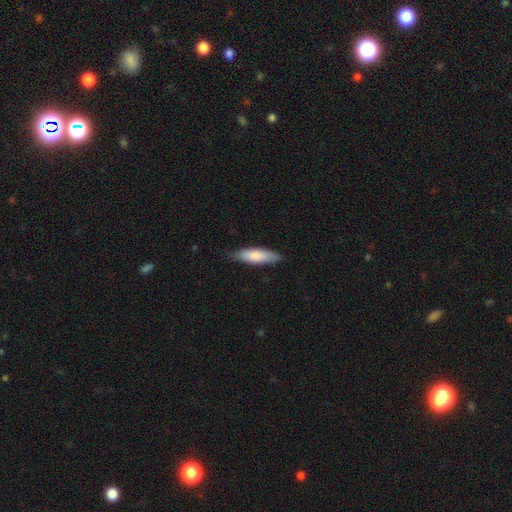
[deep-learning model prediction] A smooth galaxy with no disk features (78%) that is cigar-shaped (55%).

Vote fractions:
- Smooth or featured? smooth: 78% / featured or disk: 17% / star or artifact: 5%
- How rounded? cigar-shaped: 55% / in between: 43% / round: 2%
- Merging? none: 76% / minor disturbance: 20% / major disturbance: 3% / merger: 1%